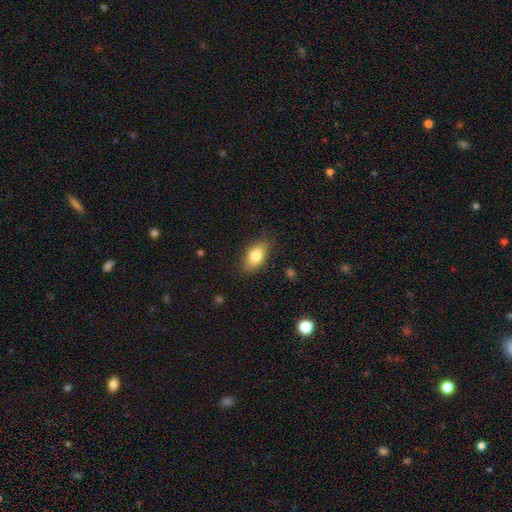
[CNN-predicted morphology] Smooth or featured? smooth (78%)
How rounded? in between (88%)
Merging? none (82%)